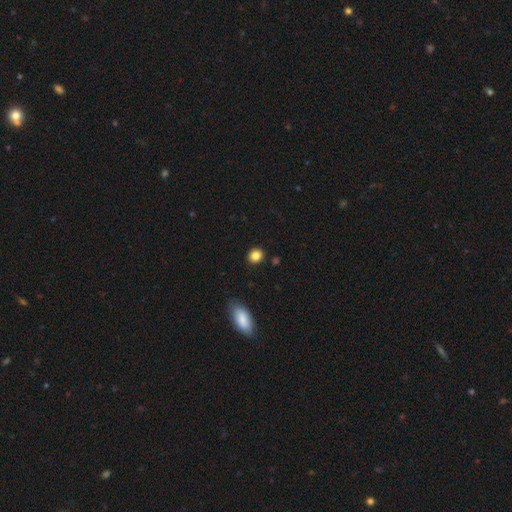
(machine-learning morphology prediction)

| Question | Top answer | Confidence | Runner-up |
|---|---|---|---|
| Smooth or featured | smooth | 85% | star or artifact (10%) |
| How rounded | round | 69% | in between (30%) |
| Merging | none | 88% | minor disturbance (8%) |